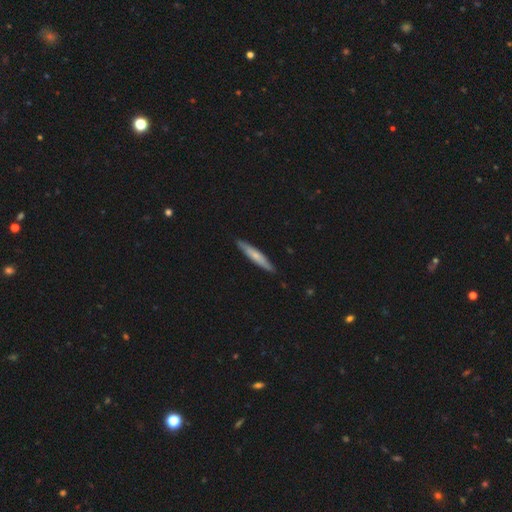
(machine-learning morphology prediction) A smooth galaxy with no disk features (57%) that is cigar-shaped (92%). Merging: none (88%).